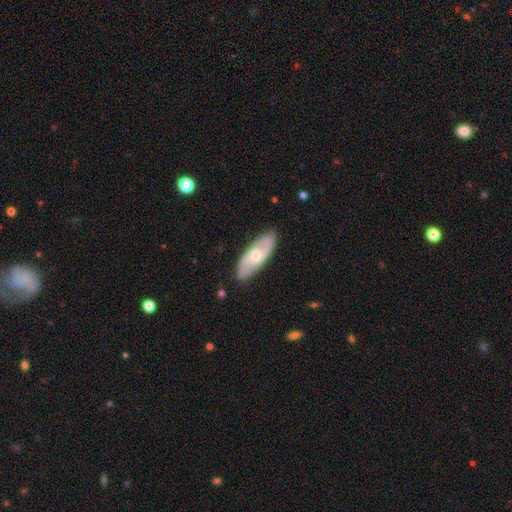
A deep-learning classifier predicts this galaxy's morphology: This appears to be a featured or disk galaxy (65%) with no bar (50%), spiral arms (84%) and a moderate central bulge (50%). Merging: none (84%).